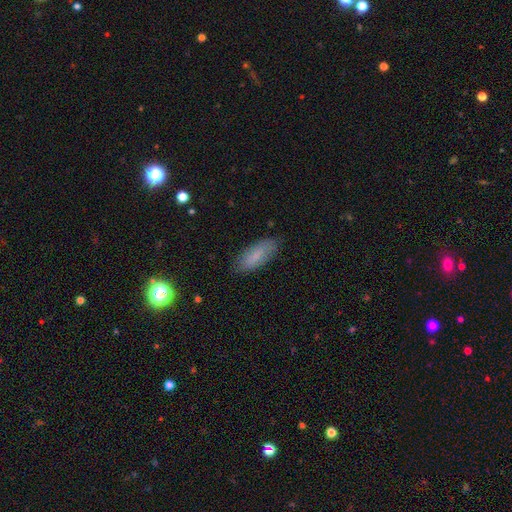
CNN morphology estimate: smooth 79%, featured or disk 13%, star or artifact 8%. Down the decision tree: how rounded — in between (71%); merging — none (83%).